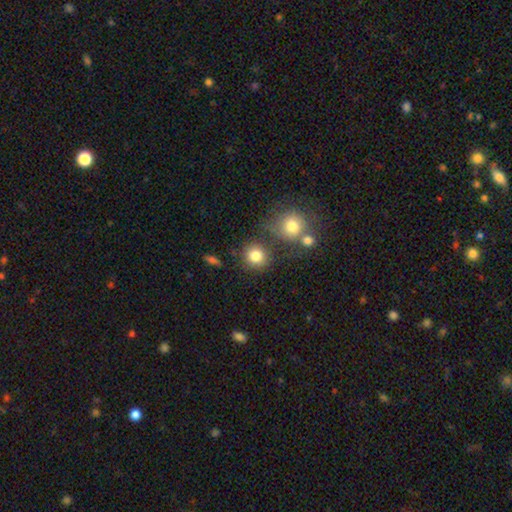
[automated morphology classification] A smooth galaxy with no disk features (83%) that is round (86%). Merging: none (71%).